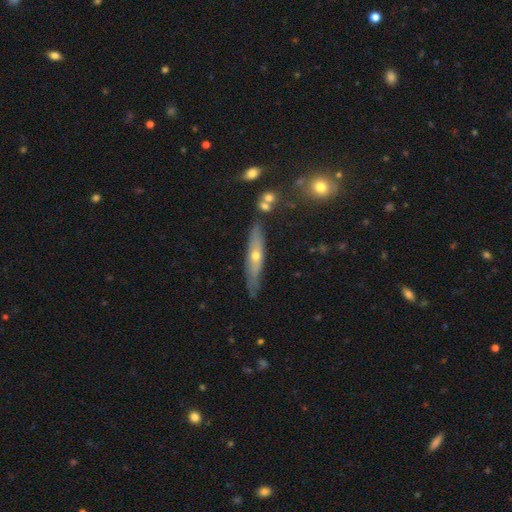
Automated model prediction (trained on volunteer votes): featured or disk 61%, smooth 32%, star or artifact 7%. Down the decision tree: edge-on disk — yes (82%); merging — none (78%).